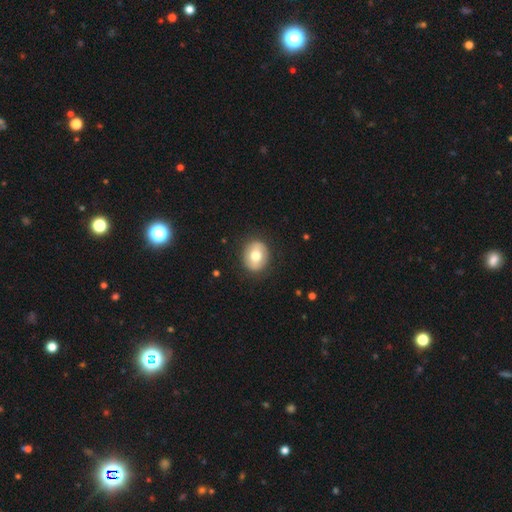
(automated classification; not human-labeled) A smooth galaxy with no disk features (66%) that is round (59%).

Vote fractions:
- Smooth or featured? smooth: 66% / featured or disk: 27% / star or artifact: 7%
- How rounded? round: 59% / in between: 40% / cigar-shaped: 1%
- Merging? none: 87% / minor disturbance: 9% / major disturbance: 3% / merger: 1%